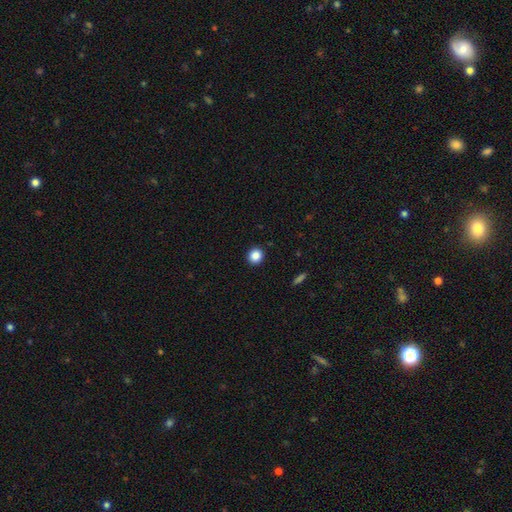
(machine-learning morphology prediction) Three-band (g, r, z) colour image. It shows a smooth galaxy with no disk features (86%) that is round (91%). Merging: none (93%).